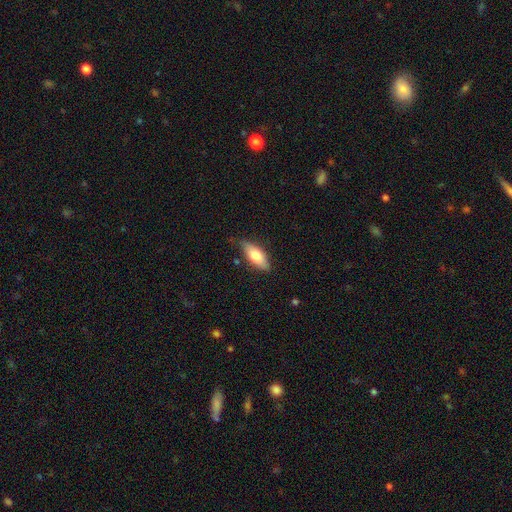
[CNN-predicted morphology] type=smooth (73%); roundness=in between (76%); merging=none (77%).